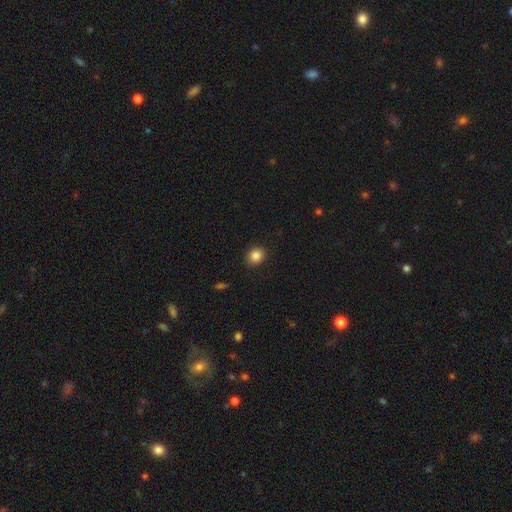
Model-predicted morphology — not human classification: Q: Smooth or featured?
A: smooth (86%); runner-up: star or artifact (10%)
Q: How rounded?
A: round (63%); runner-up: in between (36%)
Q: Merging?
A: none (89%); runner-up: minor disturbance (8%)